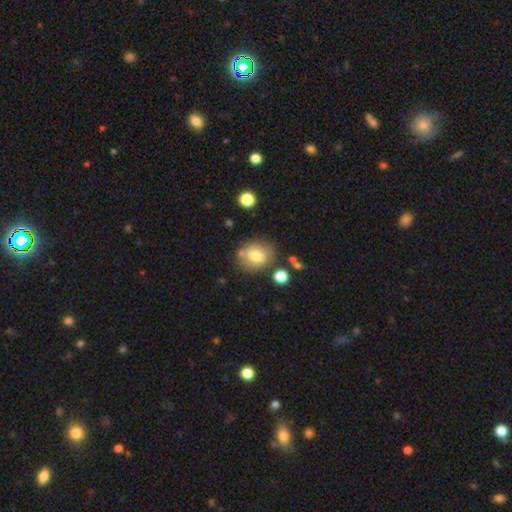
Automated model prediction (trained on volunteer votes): smooth-or-featured: smooth: 68% | featured or disk: 22% | star or artifact: 10%
  how-rounded: round: 61% | in between: 38% | cigar-shaped: 1%
  merging: none: 72% | minor disturbance: 16% | merger: 7% | major disturbance: 5%